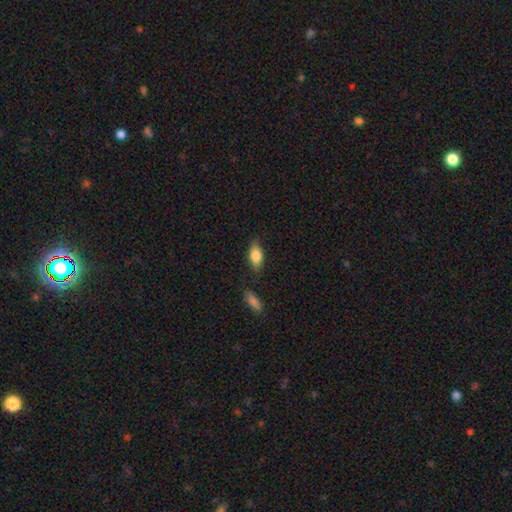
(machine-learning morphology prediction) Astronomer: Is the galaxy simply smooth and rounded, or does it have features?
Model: smooth — 77%.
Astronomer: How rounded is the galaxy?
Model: in between — 83%.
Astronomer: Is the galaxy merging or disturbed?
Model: none — 77%.